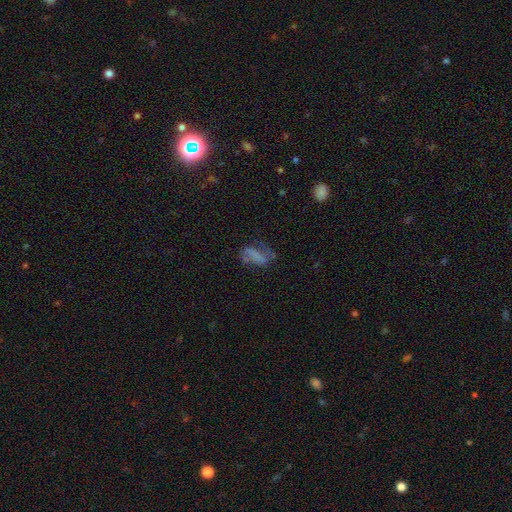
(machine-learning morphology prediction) A smooth galaxy with no disk features (46%).

Vote fractions:
- Smooth or featured? smooth: 46% / featured or disk: 39% / star or artifact: 15%
- Merging? none: 39% / major disturbance: 30% / minor disturbance: 25% / merger: 6%